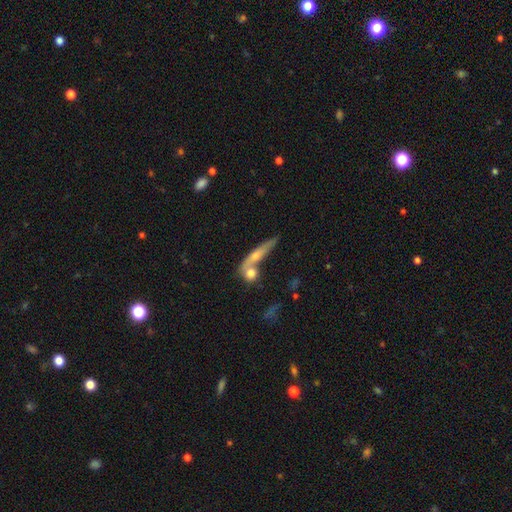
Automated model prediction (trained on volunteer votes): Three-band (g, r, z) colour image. It shows a smooth galaxy with no disk features (48%). Merging: none (45%).